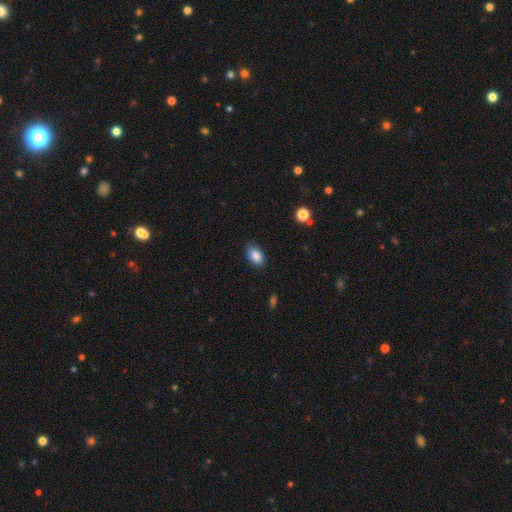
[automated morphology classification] type=smooth (86%); roundness=in between (90%); merging=none (83%).